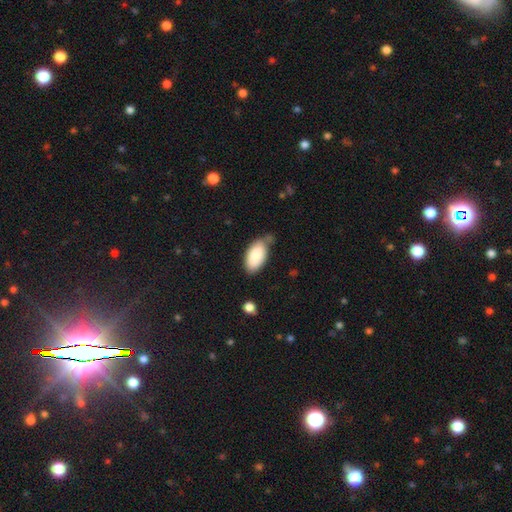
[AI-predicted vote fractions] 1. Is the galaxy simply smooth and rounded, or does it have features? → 86% smooth, 8% featured or disk, 6% star or artifact.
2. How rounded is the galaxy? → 95% in between, 3% cigar-shaped, 2% round.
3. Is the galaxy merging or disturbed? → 59% none, 27% minor disturbance, 7% merger, 6% major disturbance.